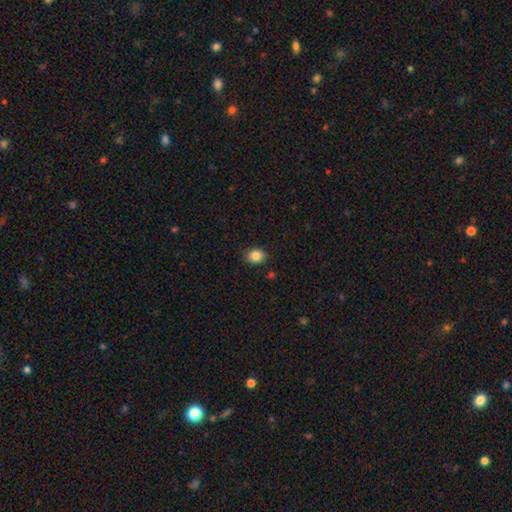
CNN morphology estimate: Smooth or featured? smooth (85%)
How rounded? round (60%)
Merging? none (88%)